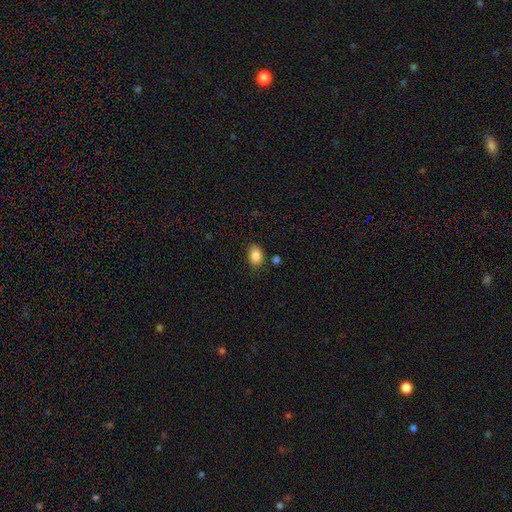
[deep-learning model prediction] A smooth galaxy with no disk features (87%) that is in between round and cigar-shaped (76%). Merging: none (79%).